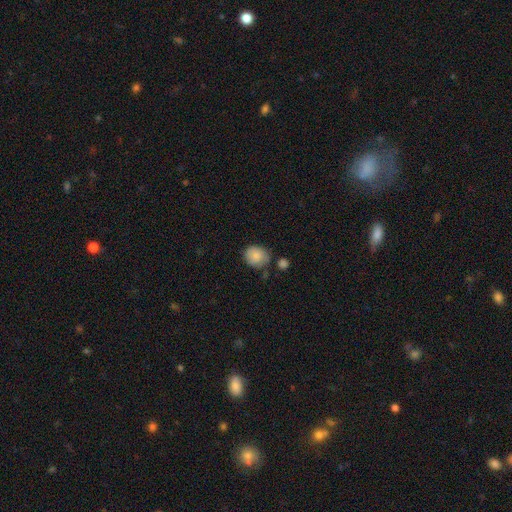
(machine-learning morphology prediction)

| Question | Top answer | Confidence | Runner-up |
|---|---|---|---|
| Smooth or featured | smooth | 86% | star or artifact (7%) |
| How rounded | round | 69% | in between (30%) |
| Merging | none | 69% | minor disturbance (20%) |